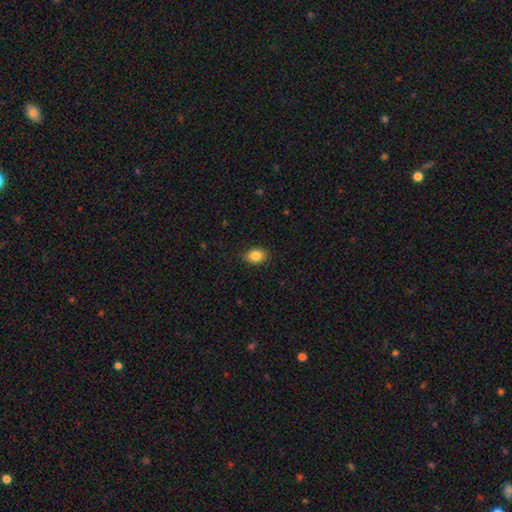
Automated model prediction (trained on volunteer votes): This is clearly a smooth galaxy (85%). How rounded: likely in between (71%). Merging: clearly none (86%).